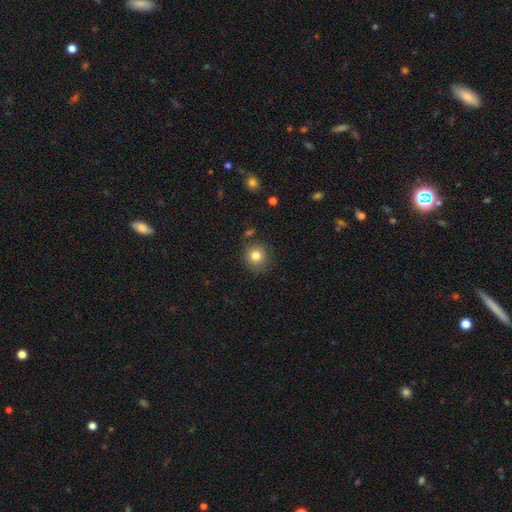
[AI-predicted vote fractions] smooth 81%, star or artifact 11%, featured or disk 8%. Down the decision tree: how rounded — round (90%); merging — none (83%).